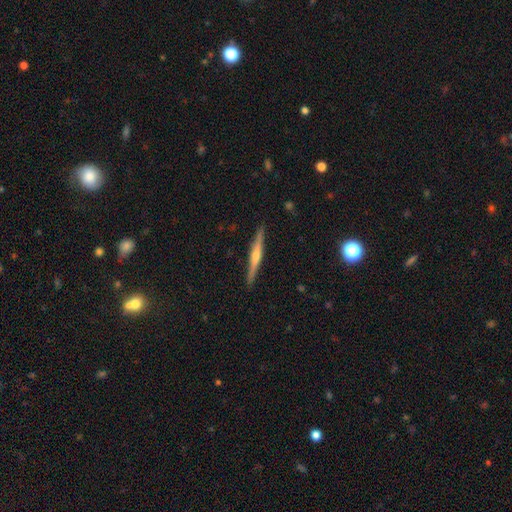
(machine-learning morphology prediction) Smooth or featured? featured or disk (72%)
Edge-on disk? yes (98%)
Edge-on bulge? rounded (80%)
Merging? none (91%)